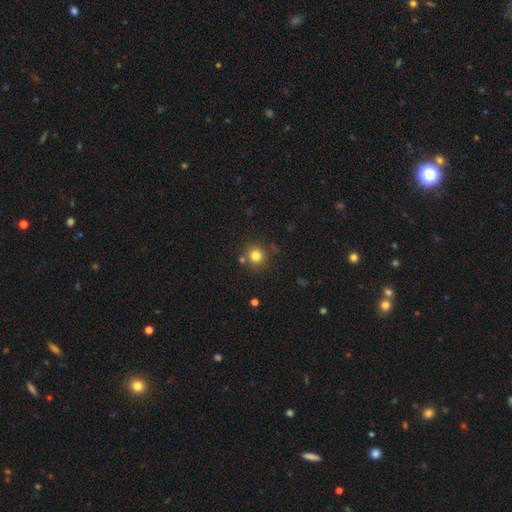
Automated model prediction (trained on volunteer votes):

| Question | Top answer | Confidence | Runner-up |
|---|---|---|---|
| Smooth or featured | smooth | 80% | star or artifact (13%) |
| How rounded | round | 92% | in between (7%) |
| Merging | none | 78% | minor disturbance (9%) |